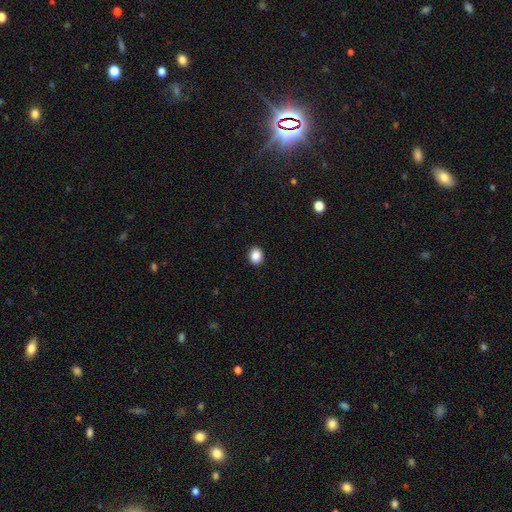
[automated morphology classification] This appears to be a smooth galaxy with no disk features (88%) that is round (57%). Merging: none (92%).